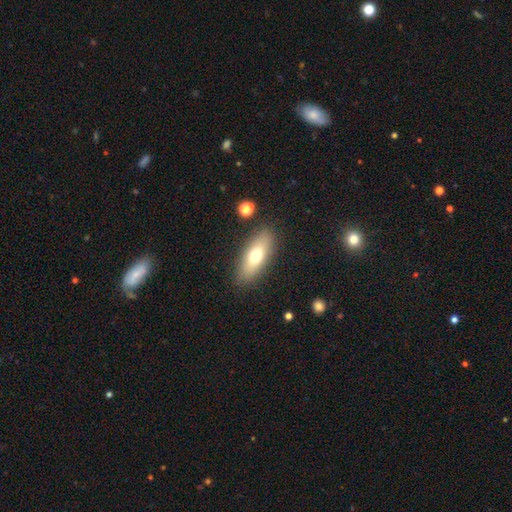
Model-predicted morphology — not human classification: smooth 68%, featured or disk 24%, star or artifact 8%. Down the decision tree: how rounded — in between (70%); merging — none (86%).